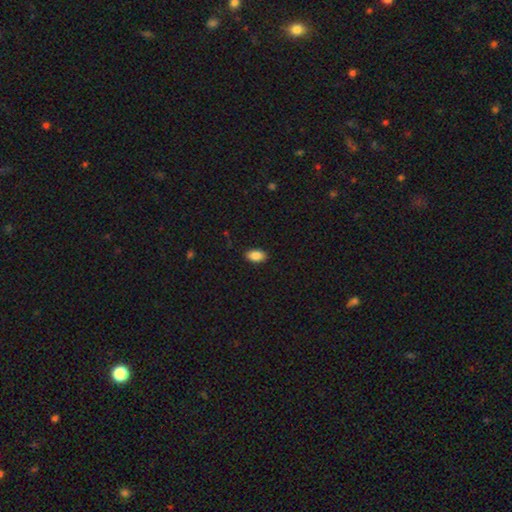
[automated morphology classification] smooth_or_featured: smooth (p=0.87) [alt: star or artifact p=0.08]
how_rounded: in between (p=0.92) [alt: round p=0.06]
merging: none (p=0.89) [alt: minor disturbance p=0.08]